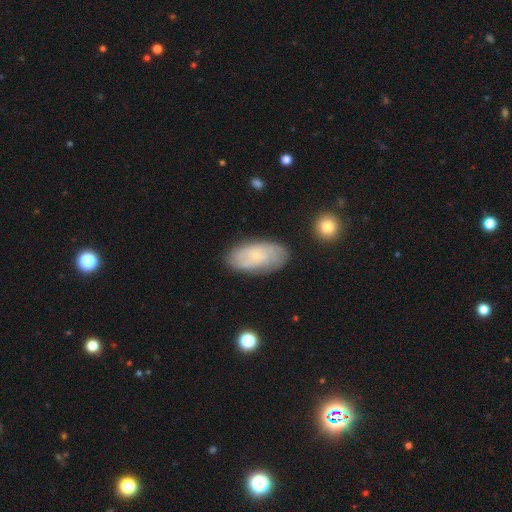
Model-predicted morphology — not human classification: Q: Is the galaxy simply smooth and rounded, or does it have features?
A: featured or disk — 59%.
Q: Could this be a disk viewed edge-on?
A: no — 94%.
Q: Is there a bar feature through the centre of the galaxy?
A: no — 74%.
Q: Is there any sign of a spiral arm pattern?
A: yes — 86%.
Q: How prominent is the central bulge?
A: small — 79%.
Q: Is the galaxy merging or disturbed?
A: none — 80%.